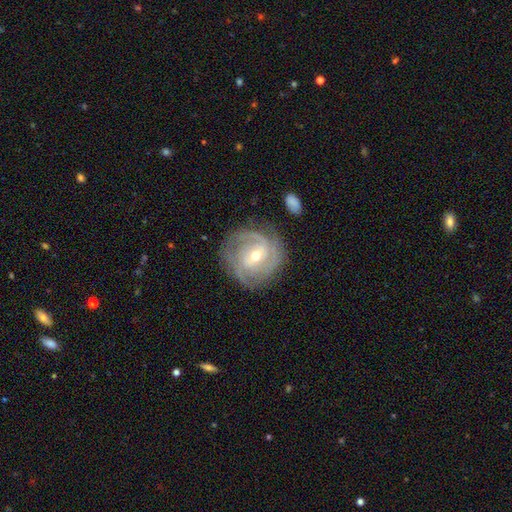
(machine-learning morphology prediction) Q: Smooth or featured?
A: featured or disk (84%); runner-up: smooth (10%)
Q: Edge-on disk?
A: no (97%); runner-up: yes (3%)
Q: Bar?
A: no (45%); runner-up: weak (42%)
Q: Spiral arms?
A: yes (94%); runner-up: no (6%)
Q: Spiral winding?
A: tight (61%); runner-up: medium (31%)
Q: Spiral arm count?
A: 3 (29%); runner-up: 2 (28%)
Q: Bulge size?
A: moderate (53%); runner-up: small (44%)
Q: Merging?
A: none (75%); runner-up: minor disturbance (16%)